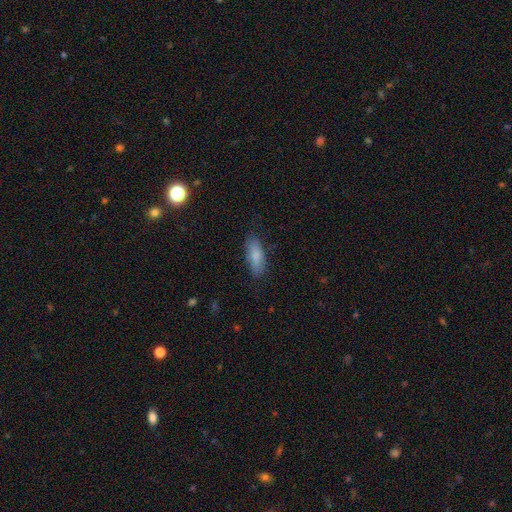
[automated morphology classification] smooth 83%, featured or disk 10%, star or artifact 7%. Down the decision tree: how rounded — in between (69%); merging — none (79%).